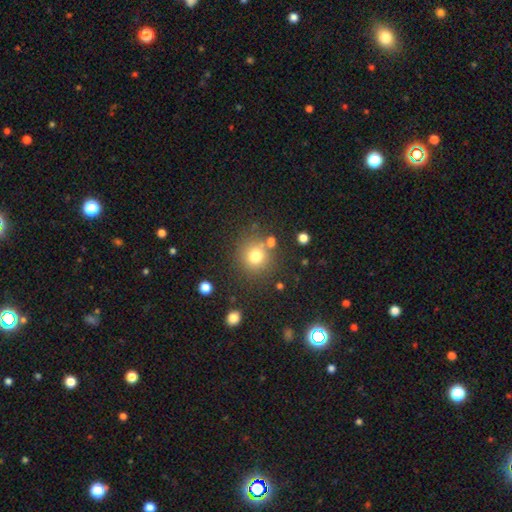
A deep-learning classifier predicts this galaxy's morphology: Overall: smooth (76%). How rounded: round (91%). Merging: none (78%).